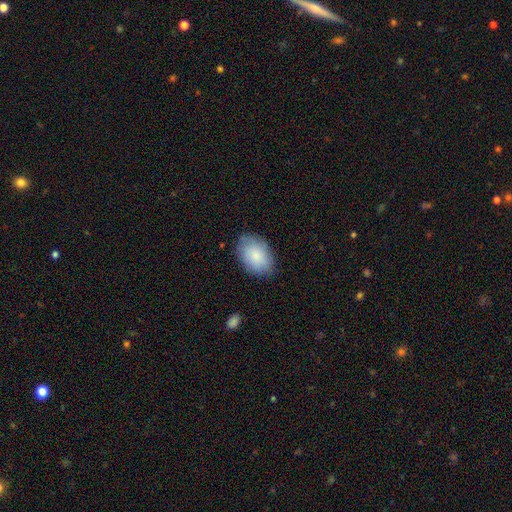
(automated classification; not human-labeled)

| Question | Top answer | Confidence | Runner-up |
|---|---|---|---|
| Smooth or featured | smooth | 84% | featured or disk (10%) |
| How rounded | in between | 86% | round (13%) |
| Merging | none | 81% | minor disturbance (15%) |